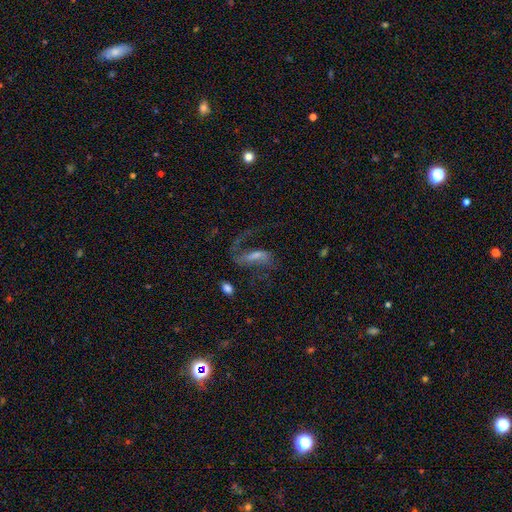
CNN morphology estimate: A featured or disk galaxy (73%) with a strong bar (44%), 2 (78%) loose (61%) spiral arms (89%) and a small central bulge (35%). Merging: none (54%).